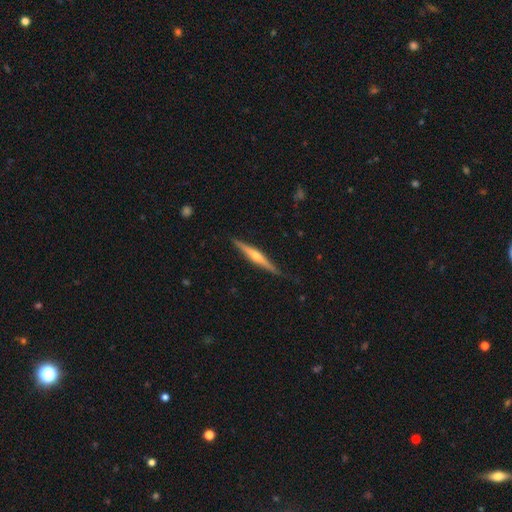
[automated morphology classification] A featured or disk galaxy (74%) viewed edge-on (98%) with a rounded central bulge (87%).

Vote fractions:
- Smooth or featured? featured or disk: 74% / smooth: 21% / star or artifact: 5%
- Edge-on disk? yes: 98% / no: 2%
- Edge-on bulge? rounded: 87% / none: 8% / boxy: 4%
- Merging? none: 86% / minor disturbance: 11% / major disturbance: 2% / merger: 1%